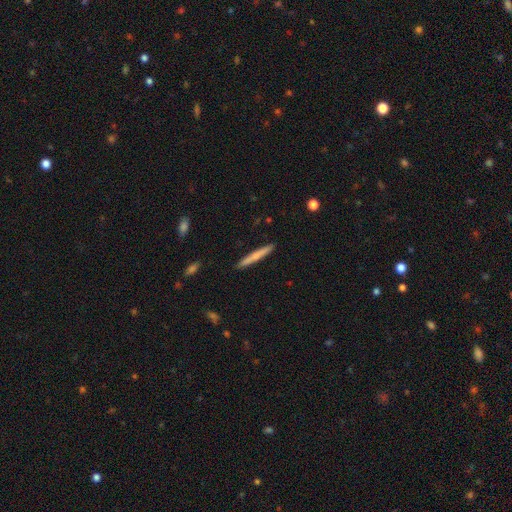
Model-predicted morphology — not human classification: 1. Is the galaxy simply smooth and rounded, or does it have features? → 64% smooth, 31% featured or disk, 5% star or artifact.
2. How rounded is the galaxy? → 96% cigar-shaped, 2% in between, 1% round.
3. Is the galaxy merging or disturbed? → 91% none, 7% minor disturbance, 1% major disturbance, 1% merger.